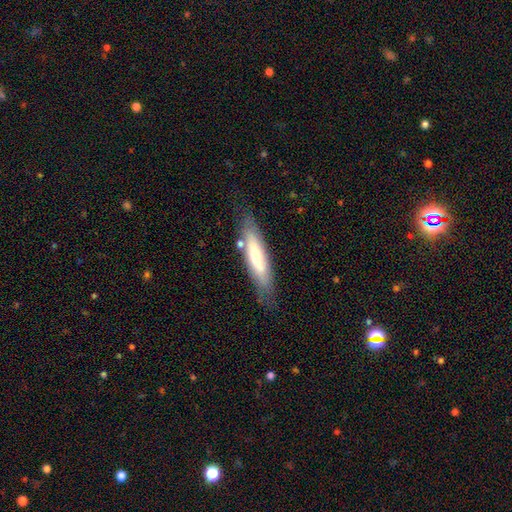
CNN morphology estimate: Overall: smooth (61%; featured or disk 33%). How rounded: cigar-shaped (76%). Merging: none (73%).